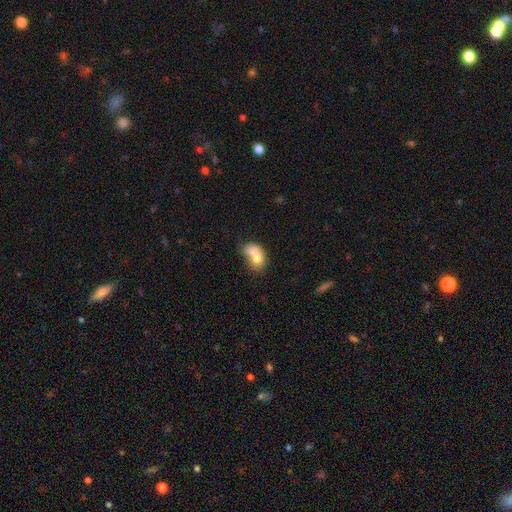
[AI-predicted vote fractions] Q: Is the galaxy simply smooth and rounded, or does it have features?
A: smooth — 68%.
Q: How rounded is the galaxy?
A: in between — 67%.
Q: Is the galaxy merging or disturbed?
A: merger — 68%.